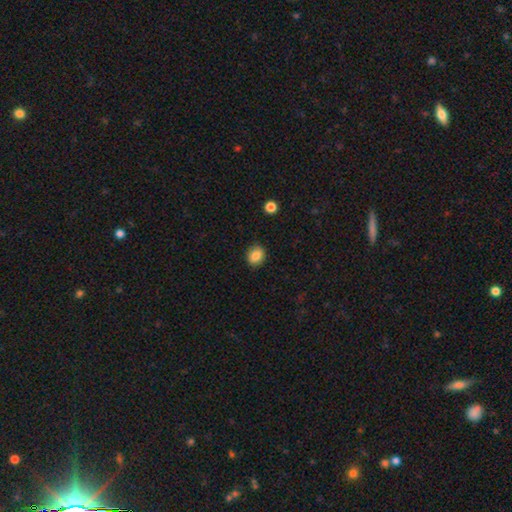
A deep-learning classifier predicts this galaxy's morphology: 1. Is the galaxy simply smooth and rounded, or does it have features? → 86% smooth, 9% star or artifact, 5% featured or disk.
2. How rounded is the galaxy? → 59% round, 40% in between, 1% cigar-shaped.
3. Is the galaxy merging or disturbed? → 89% none, 8% minor disturbance, 2% major disturbance, 1% merger.